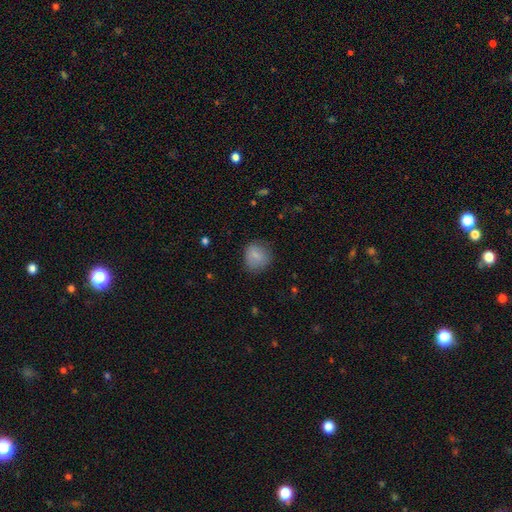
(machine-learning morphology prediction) The model was most divided on "merging": none: 73%, minor disturbance: 20%, major disturbance: 6%, merger: 1%. More confident: smooth or featured — smooth (80%); how rounded — round (76%).